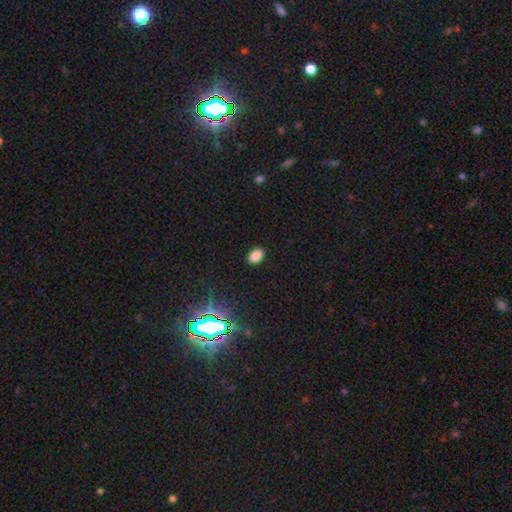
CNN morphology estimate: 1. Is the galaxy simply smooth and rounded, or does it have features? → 83% smooth, 13% star or artifact, 4% featured or disk.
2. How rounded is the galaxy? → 81% in between, 18% round, 1% cigar-shaped.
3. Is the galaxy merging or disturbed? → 89% none, 8% minor disturbance, 2% major disturbance, 1% merger.